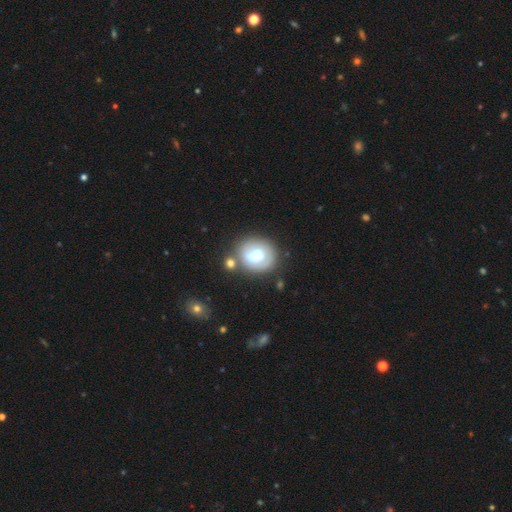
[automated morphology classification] type=smooth (62%); roundness=round (71%); merging=none (58%).